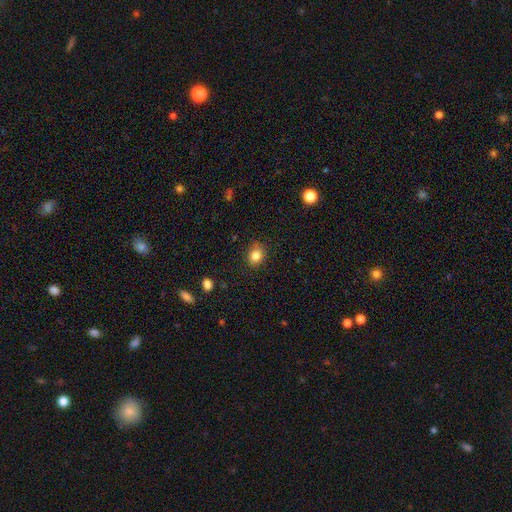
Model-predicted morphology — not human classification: Smooth or featured? Predicted: smooth (p=0.83). How rounded? Predicted: round (p=0.54). Merging? Predicted: none (p=0.83).